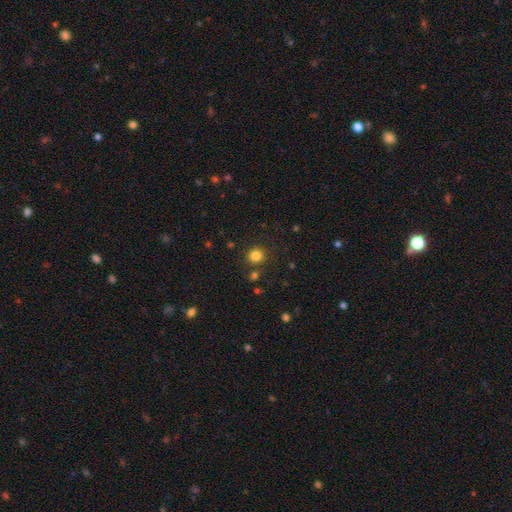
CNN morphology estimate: smooth 83%, star or artifact 13%, featured or disk 4%. Down the decision tree: how rounded — round (90%); merging — none (85%).